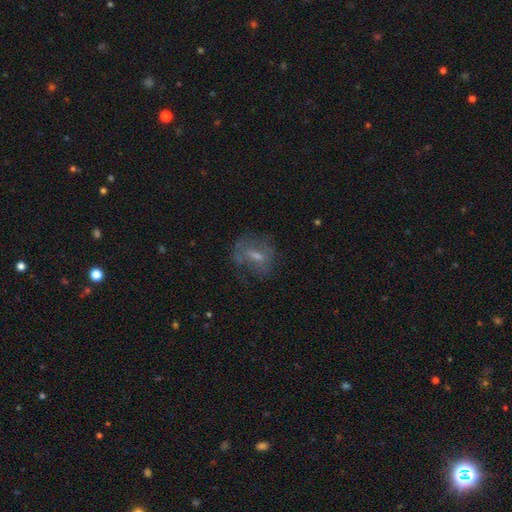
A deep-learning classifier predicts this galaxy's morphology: A featured or disk galaxy (49%).

Vote fractions:
- Smooth or featured? featured or disk: 49% / smooth: 39% / star or artifact: 13%
- Merging? none: 56% / minor disturbance: 21% / major disturbance: 21% / merger: 2%